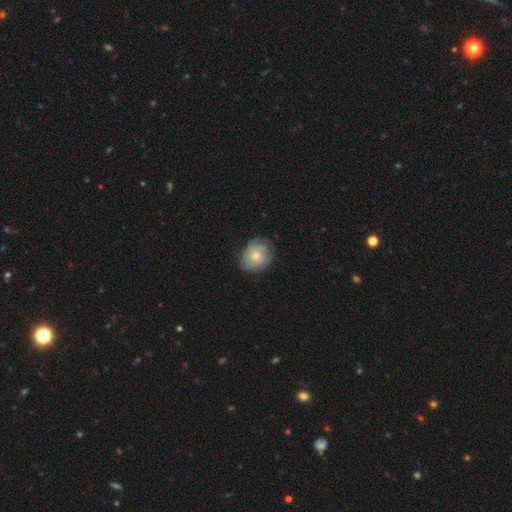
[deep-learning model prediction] Morphology: type=smooth (47%); merging=none (72%).